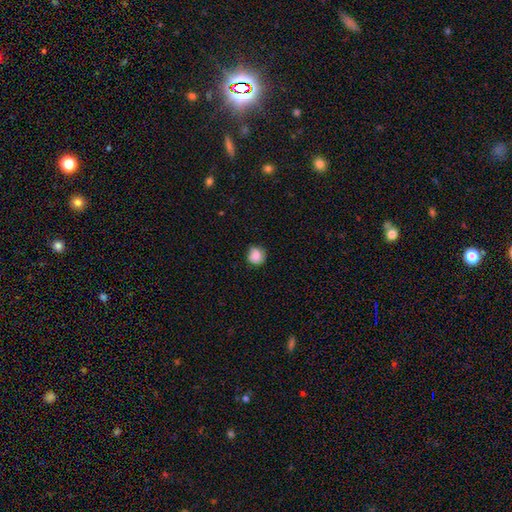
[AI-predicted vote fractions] Overall: smooth (85%). How rounded: round (86%). Merging: none (70%).